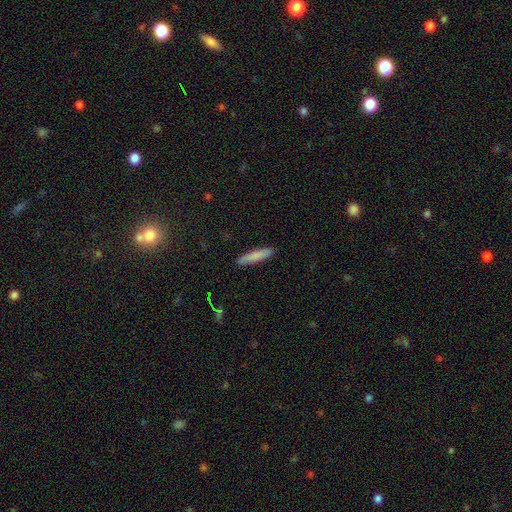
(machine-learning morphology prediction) Smooth or featured? smooth (82%)
How rounded? cigar-shaped (89%)
Merging? none (89%)